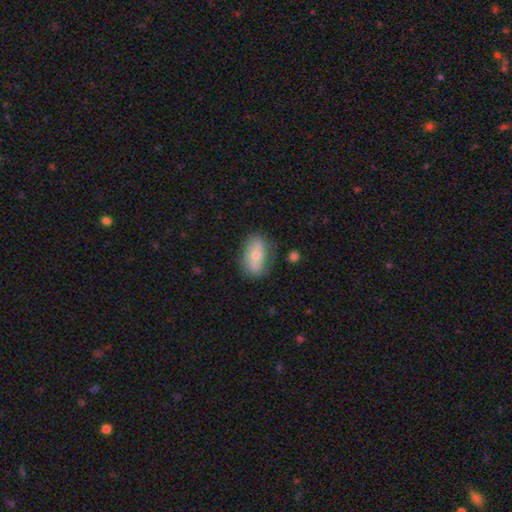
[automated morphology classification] A smooth galaxy with no disk features (56%) that is in between round and cigar-shaped (88%). Merging: none (73%).